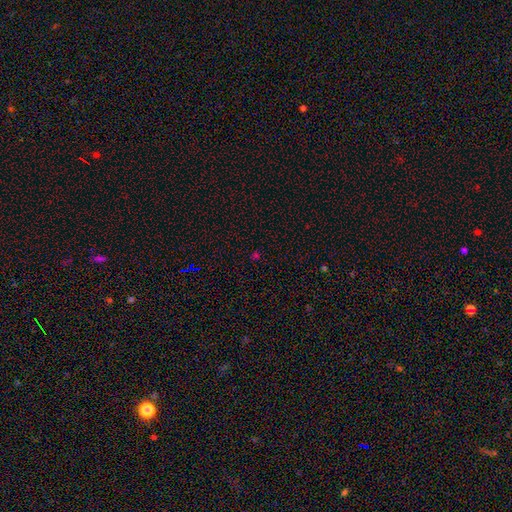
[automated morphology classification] A star or artifact, not a galaxy (54%).

Vote fractions:
- Smooth or featured? star or artifact: 54% / smooth: 39% / featured or disk: 6%